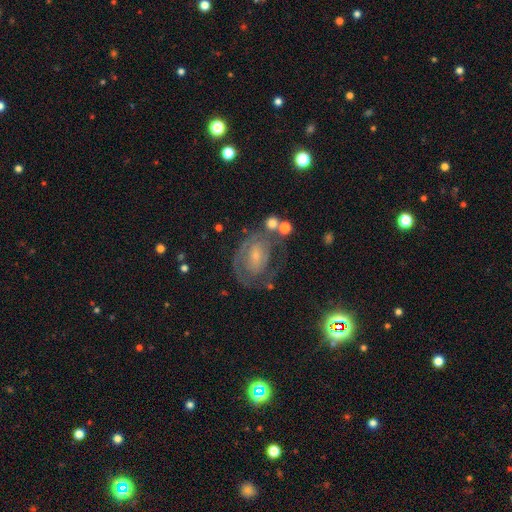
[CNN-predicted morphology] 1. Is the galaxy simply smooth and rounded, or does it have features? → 73% featured or disk, 19% smooth, 9% star or artifact.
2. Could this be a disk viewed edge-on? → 96% no, 4% yes.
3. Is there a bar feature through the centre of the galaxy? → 51% no, 37% weak, 12% strong.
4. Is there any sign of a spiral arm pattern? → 76% yes, 24% no.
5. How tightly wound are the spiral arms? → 59% tight, 30% medium, 11% loose.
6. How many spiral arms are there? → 40% can't tell, 34% 2, 15% 1, 7% 3, 3% 4, 3% more than 4.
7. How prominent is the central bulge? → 71% small, 20% moderate, 5% none, 2% large, 1% dominant.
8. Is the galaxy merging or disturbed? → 54% none, 21% minor disturbance, 20% major disturbance, 6% merger.